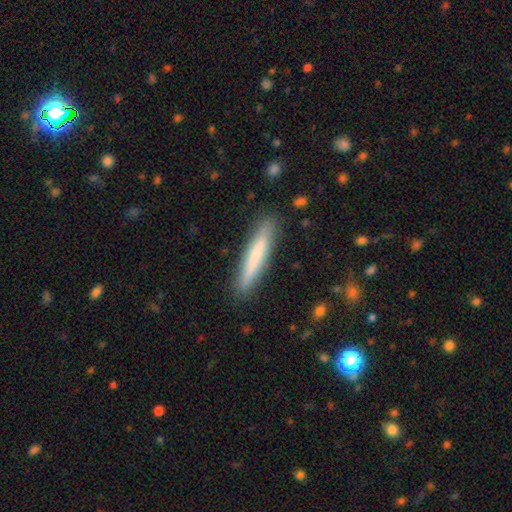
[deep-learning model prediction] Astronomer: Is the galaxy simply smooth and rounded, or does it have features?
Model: smooth — 71%.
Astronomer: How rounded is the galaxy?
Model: cigar-shaped — 93%.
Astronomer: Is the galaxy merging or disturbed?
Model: none — 88%.